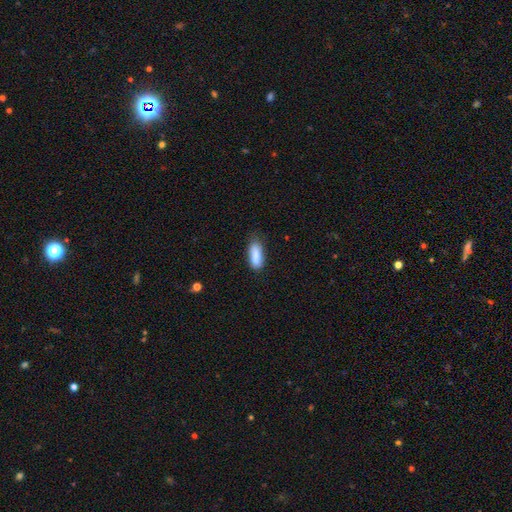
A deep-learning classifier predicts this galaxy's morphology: Q: Smooth or featured?
A: smooth (86%); runner-up: featured or disk (7%)
Q: How rounded?
A: in between (70%); runner-up: cigar-shaped (28%)
Q: Merging?
A: none (68%); runner-up: minor disturbance (25%)